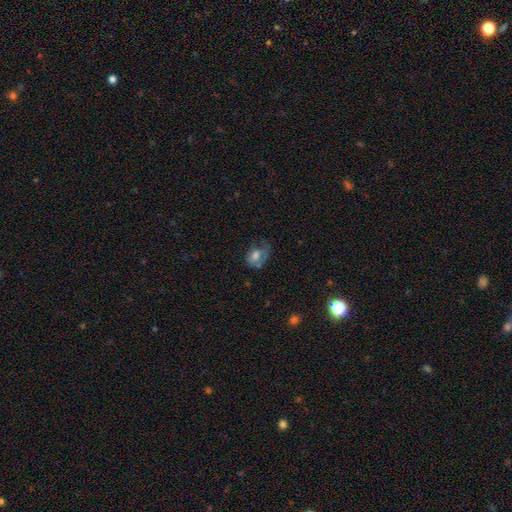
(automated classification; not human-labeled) Smooth or featured? smooth (55%)
How rounded? in between (70%)
Merging? major disturbance (37%)